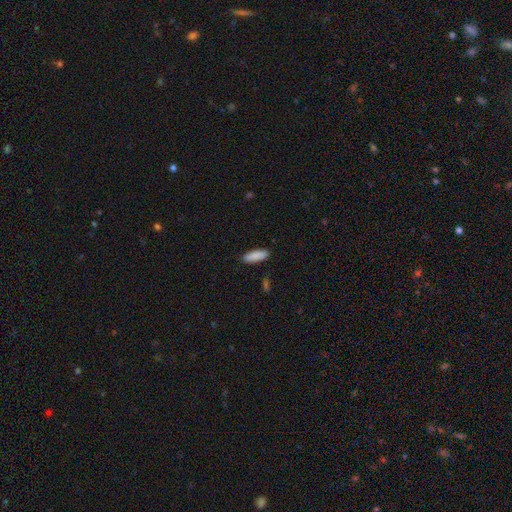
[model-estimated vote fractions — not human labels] smooth-or-featured: smooth: 90% | star or artifact: 6% | featured or disk: 4%
  how-rounded: in between: 62% | cigar-shaped: 37% | round: 2%
  merging: none: 89% | minor disturbance: 8% | major disturbance: 2% | merger: 1%